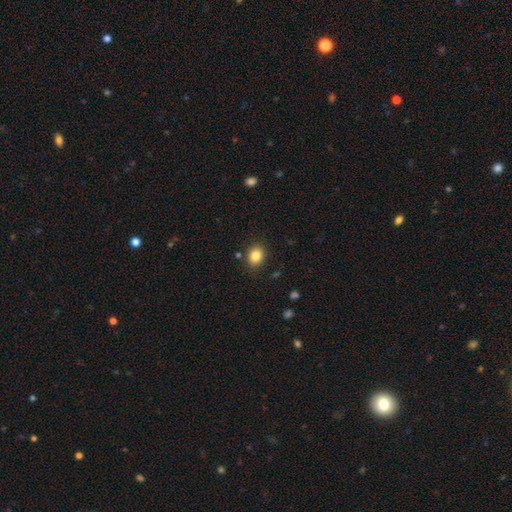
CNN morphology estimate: A smooth galaxy with no disk features (84%) that is round (53%).

Vote fractions:
- Smooth or featured? smooth: 84% / star or artifact: 10% / featured or disk: 6%
- How rounded? round: 53% / in between: 46% / cigar-shaped: 1%
- Merging? none: 86% / minor disturbance: 9% / major disturbance: 2% / merger: 2%